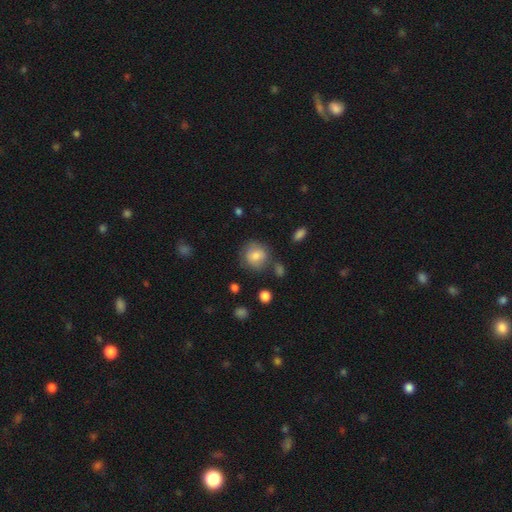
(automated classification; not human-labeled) Smooth or featured?
  - smooth: 75% *
  - featured or disk: 16%
  - star or artifact: 9%
How rounded?
  - round: 79% *
  - in between: 20%
  - cigar-shaped: 1%
Merging?
  - none: 67% *
  - minor disturbance: 19%
  - major disturbance: 8%
  - merger: 6%